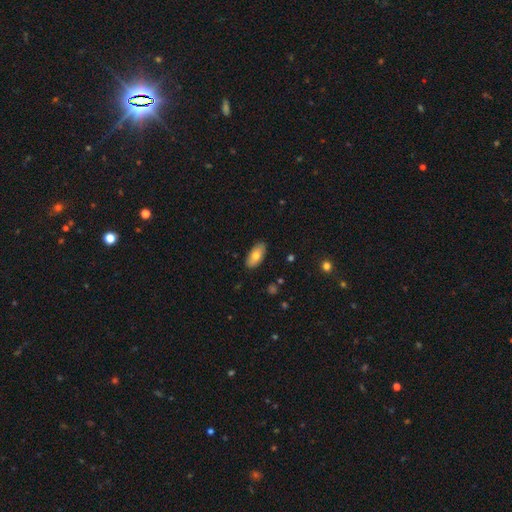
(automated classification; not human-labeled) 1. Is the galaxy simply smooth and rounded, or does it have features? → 73% smooth, 20% featured or disk, 6% star or artifact.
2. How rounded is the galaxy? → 91% in between, 6% cigar-shaped, 3% round.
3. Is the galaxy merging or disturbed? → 87% none, 10% minor disturbance, 2% major disturbance, 1% merger.